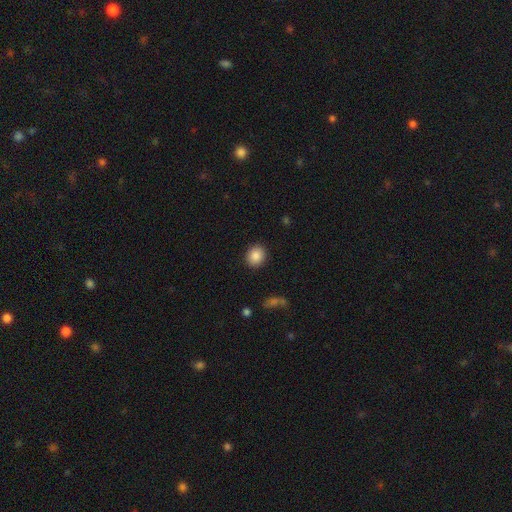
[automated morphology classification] Q: Smooth or featured?
A: smooth (87%); runner-up: star or artifact (8%)
Q: How rounded?
A: round (68%); runner-up: in between (31%)
Q: Merging?
A: none (89%); runner-up: minor disturbance (7%)